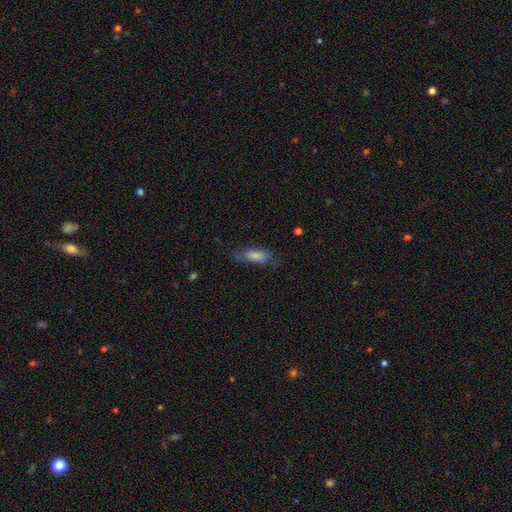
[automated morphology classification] This appears to be a smooth galaxy with no disk features (75%) that is in between round and cigar-shaped (65%). Merging: none (63%).